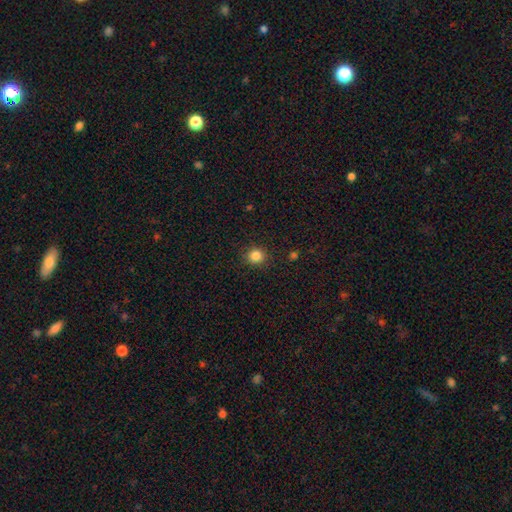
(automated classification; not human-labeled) Smooth or featured?
  - smooth: 84% *
  - star or artifact: 12%
  - featured or disk: 4%
How rounded?
  - round: 89% *
  - in between: 10%
  - cigar-shaped: 1%
Merging?
  - none: 89% *
  - minor disturbance: 7%
  - major disturbance: 2%
  - merger: 1%